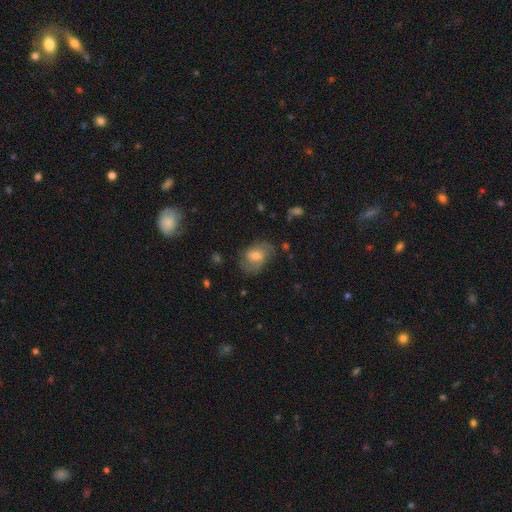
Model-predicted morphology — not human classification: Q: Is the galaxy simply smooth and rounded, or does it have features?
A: smooth — 48%.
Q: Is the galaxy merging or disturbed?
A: none — 60%.